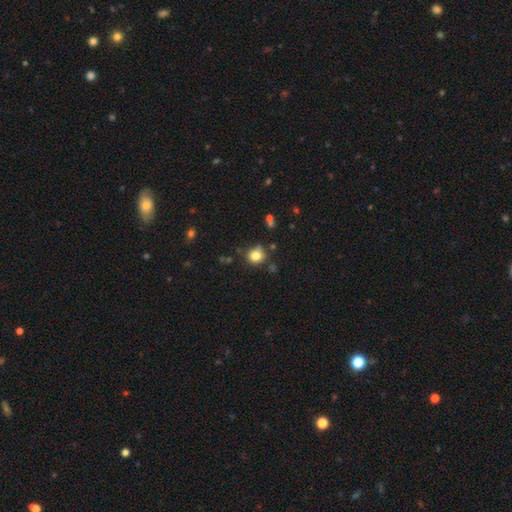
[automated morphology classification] Overall: smooth (81%). How rounded: round (86%). Merging: none (74%).